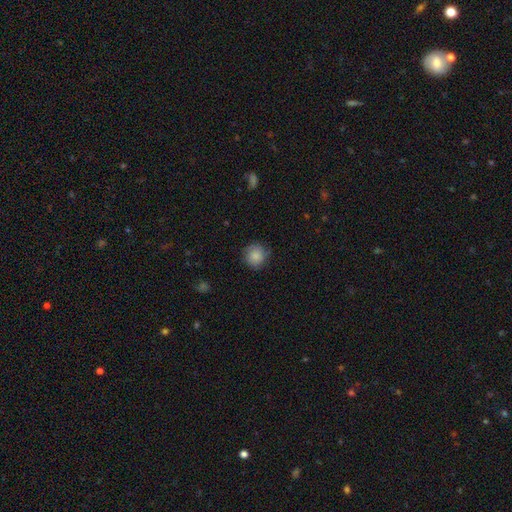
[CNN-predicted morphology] A smooth galaxy with no disk features (84%) that is round (91%). Merging: none (76%).